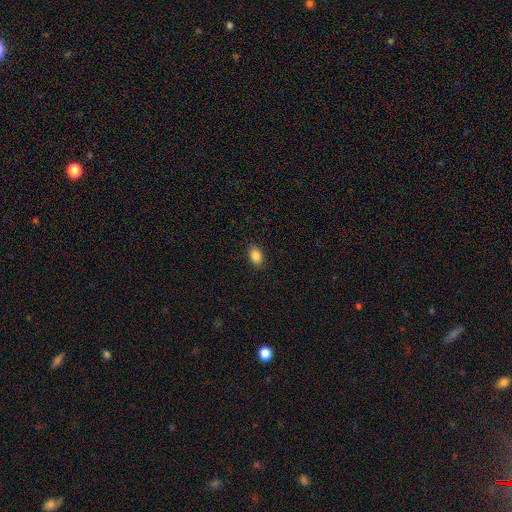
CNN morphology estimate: Smooth or featured? smooth (86%)
How rounded? in between (83%)
Merging? none (89%)